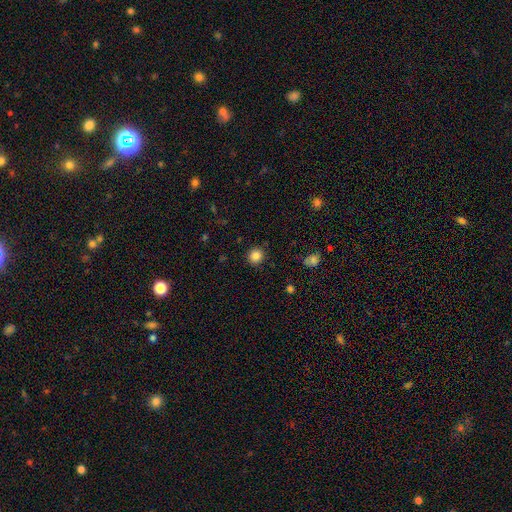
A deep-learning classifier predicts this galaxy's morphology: type=smooth (85%); roundness=round (89%); merging=none (89%).